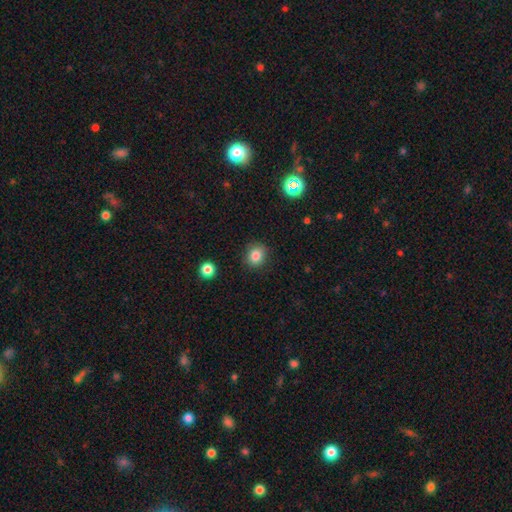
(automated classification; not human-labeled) smooth-or-featured: smooth: 83% | star or artifact: 11% | featured or disk: 6%
  how-rounded: round: 73% | in between: 26% | cigar-shaped: 1%
  merging: none: 87% | minor disturbance: 9% | major disturbance: 3% | merger: 1%